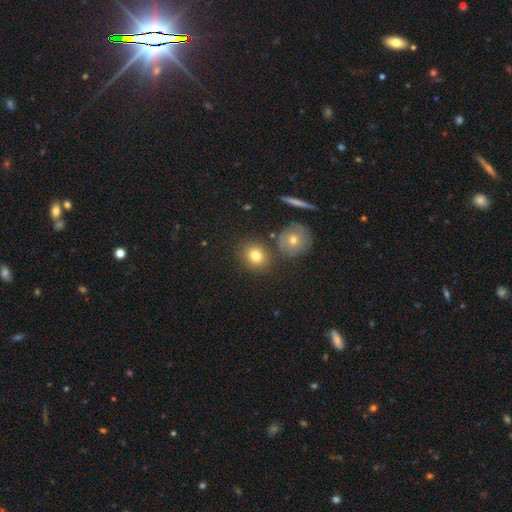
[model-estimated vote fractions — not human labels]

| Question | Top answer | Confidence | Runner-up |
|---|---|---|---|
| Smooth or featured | smooth | 76% | star or artifact (12%) |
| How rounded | round | 79% | in between (20%) |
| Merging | none | 75% | minor disturbance (11%) |